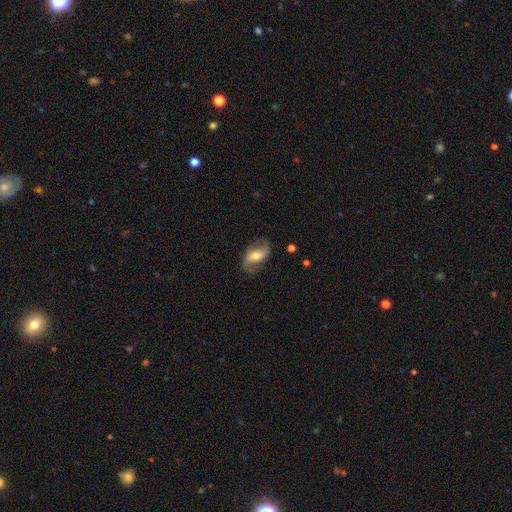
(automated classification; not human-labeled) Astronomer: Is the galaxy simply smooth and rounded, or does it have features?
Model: featured or disk — 65%.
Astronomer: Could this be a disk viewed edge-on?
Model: no — 92%.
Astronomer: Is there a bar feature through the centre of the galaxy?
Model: no — 36% (runner-up: weak, 34%).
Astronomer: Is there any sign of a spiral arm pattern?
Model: yes — 84%.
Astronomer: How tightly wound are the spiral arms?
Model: loose — 59%.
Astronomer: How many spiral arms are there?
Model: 2 — 87%.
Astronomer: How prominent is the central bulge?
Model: moderate — 62%.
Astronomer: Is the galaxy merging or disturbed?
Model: none — 72%.